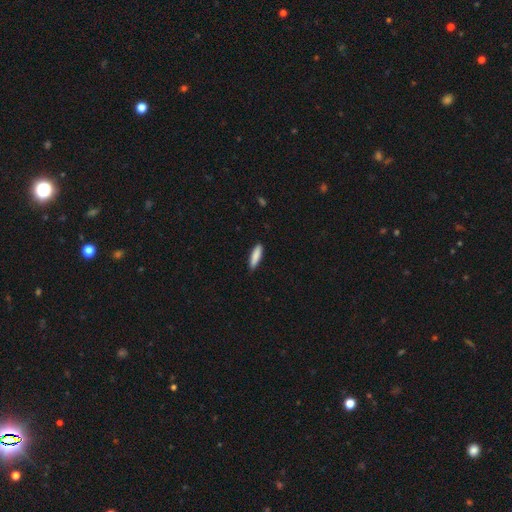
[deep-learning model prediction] Q: Smooth or featured?
A: smooth (87%); runner-up: featured or disk (8%)
Q: How rounded?
A: cigar-shaped (71%); runner-up: in between (28%)
Q: Merging?
A: none (86%); runner-up: minor disturbance (11%)